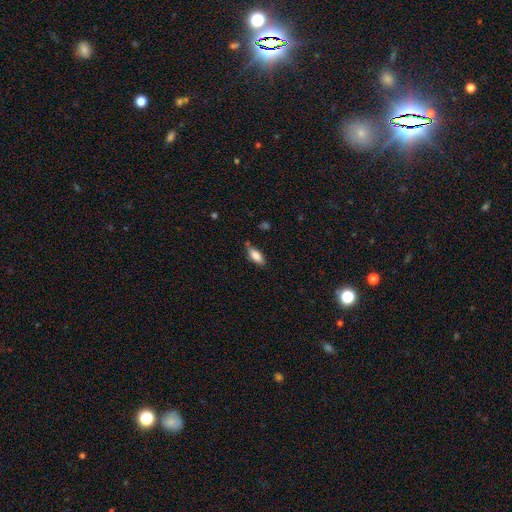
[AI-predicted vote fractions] This appears to be a smooth galaxy with no disk features (84%) that is in between round and cigar-shaped (79%). Merging: none (71%).